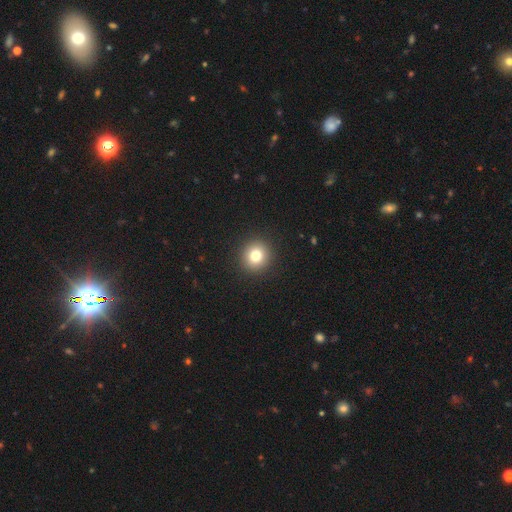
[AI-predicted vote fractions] Q: Smooth or featured?
A: smooth (78%); runner-up: star or artifact (13%)
Q: How rounded?
A: round (92%); runner-up: in between (7%)
Q: Merging?
A: none (93%); runner-up: minor disturbance (4%)